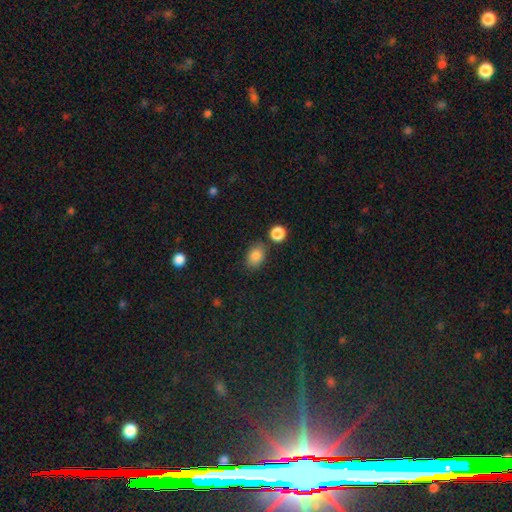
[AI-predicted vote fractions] Overall: smooth (86%). How rounded: in between (74%). Merging: none (76%).